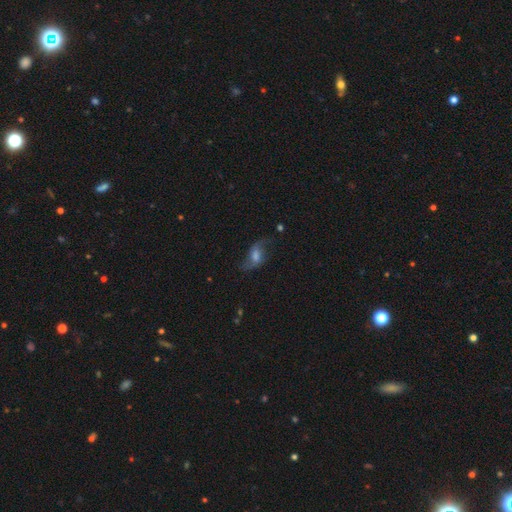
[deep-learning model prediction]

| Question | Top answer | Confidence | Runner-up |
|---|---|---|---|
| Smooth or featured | featured or disk | 62% | smooth (28%) |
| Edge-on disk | no | 94% | yes (6%) |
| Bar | weak | 48% | no (35%) |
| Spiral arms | yes | 89% | no (11%) |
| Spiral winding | loose | 81% | medium (16%) |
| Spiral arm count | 2 | 88% | 1 (5%) |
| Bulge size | moderate | 38% | small (24%) |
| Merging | none | 60% | minor disturbance (21%) |